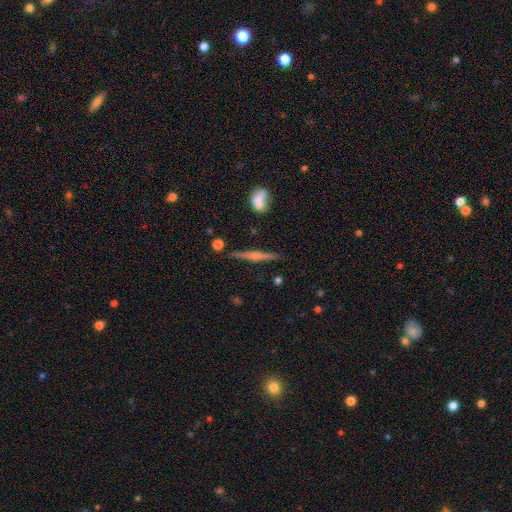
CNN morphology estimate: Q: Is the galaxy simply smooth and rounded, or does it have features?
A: featured or disk — 66%.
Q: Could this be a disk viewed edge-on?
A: yes — 97%.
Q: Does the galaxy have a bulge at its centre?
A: rounded — 70%.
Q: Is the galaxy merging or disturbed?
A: none — 86%.